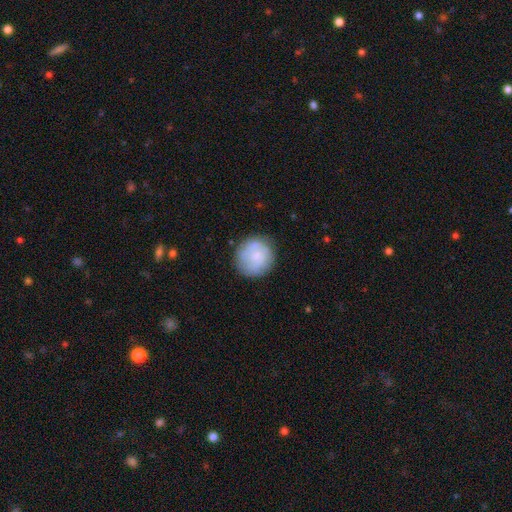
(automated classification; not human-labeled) Smooth or featured: smooth — 67% (featured or disk — 26%)
How rounded: round — 93% (in between — 6%)
Merging: none — 76% (minor disturbance — 16%)